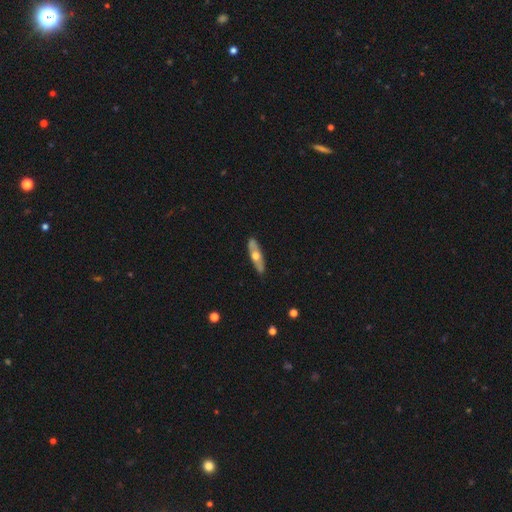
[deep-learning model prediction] Overall: featured or disk (51%; smooth 44%). Edge-on disk: yes (59%; no 41%). Merging: none (87%).